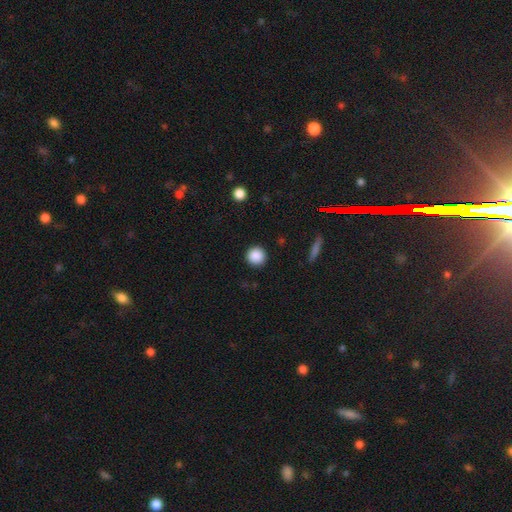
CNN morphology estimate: smooth 88%, star or artifact 9%, featured or disk 3%. Down the decision tree: how rounded — round (95%); merging — none (92%).